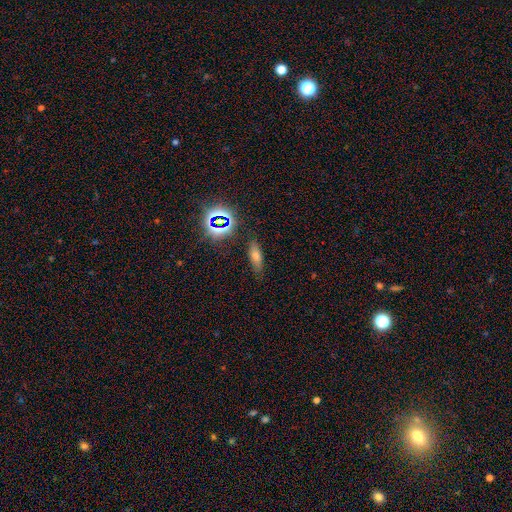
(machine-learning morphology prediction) type=smooth (58%); roundness=in between (56%); merging=none (83%).